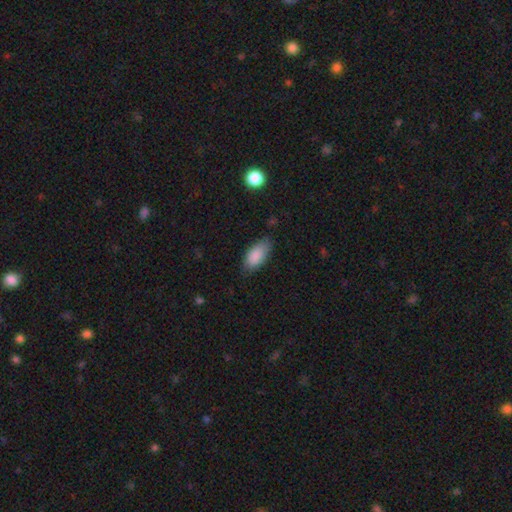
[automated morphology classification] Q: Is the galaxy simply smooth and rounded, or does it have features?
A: smooth — 87%.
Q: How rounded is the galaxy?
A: in between — 91%.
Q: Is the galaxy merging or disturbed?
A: none — 71%.